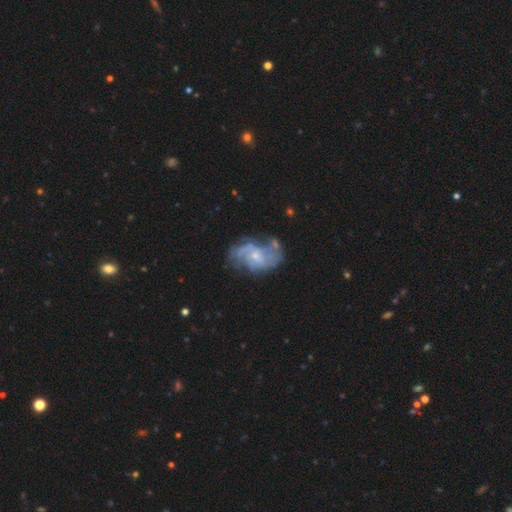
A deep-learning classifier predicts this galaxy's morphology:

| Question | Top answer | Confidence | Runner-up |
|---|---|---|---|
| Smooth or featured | featured or disk | 80% | smooth (13%) |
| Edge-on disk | no | 97% | yes (3%) |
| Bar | no | 60% | weak (34%) |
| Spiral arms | yes | 86% | no (14%) |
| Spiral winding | medium | 44% | loose (33%) |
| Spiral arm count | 2 | 51% | can't tell (26%) |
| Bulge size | small | 71% | moderate (22%) |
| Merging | none | 48% | minor disturbance (24%) |